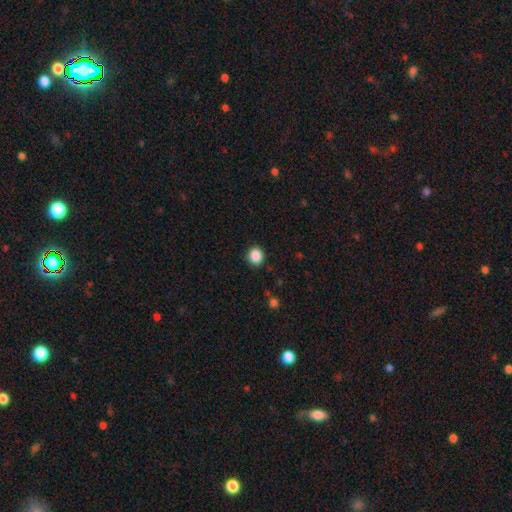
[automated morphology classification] type=smooth (87%); roundness=round (85%); merging=none (90%).